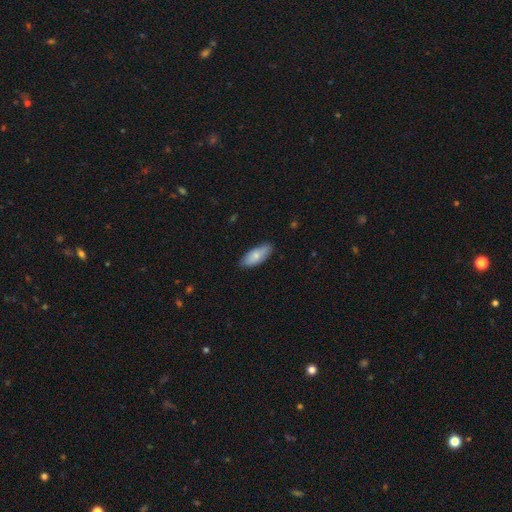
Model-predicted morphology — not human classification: smooth_or_featured: smooth (p=0.75) [alt: featured or disk p=0.19]
how_rounded: in between (p=0.82) [alt: cigar-shaped p=0.16]
merging: none (p=0.81) [alt: minor disturbance p=0.16]